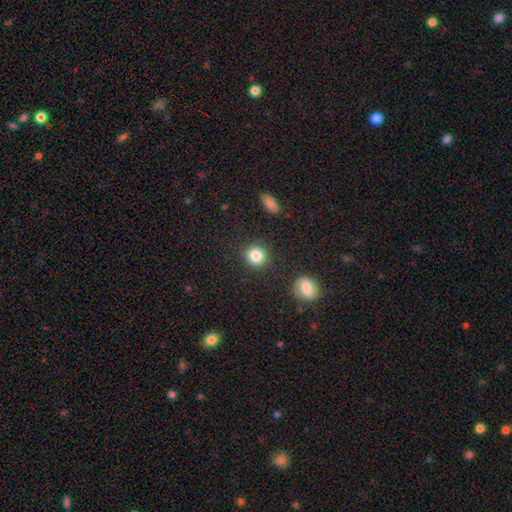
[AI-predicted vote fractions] smooth-or-featured: smooth: 85% | star or artifact: 10% | featured or disk: 5%
  how-rounded: round: 89% | in between: 10% | cigar-shaped: 1%
  merging: none: 86% | minor disturbance: 8% | merger: 3% | major disturbance: 3%